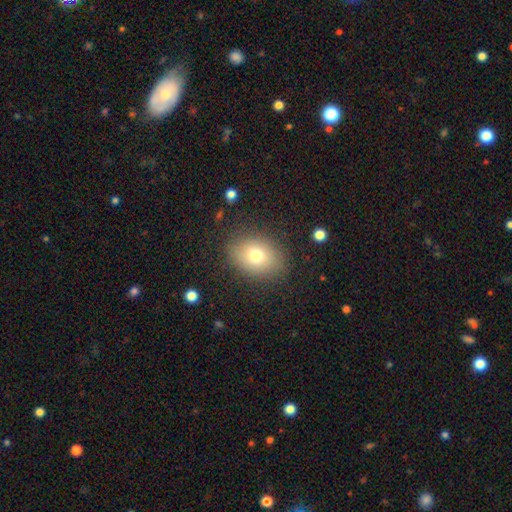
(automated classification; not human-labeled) Q: Smooth or featured?
A: smooth (74%); runner-up: featured or disk (14%)
Q: How rounded?
A: in between (61%); runner-up: round (38%)
Q: Merging?
A: none (83%); runner-up: minor disturbance (11%)